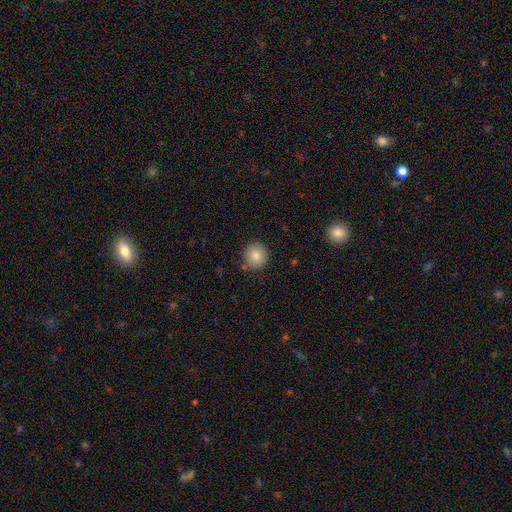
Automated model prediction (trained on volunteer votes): Smooth or featured?
  - smooth: 84% *
  - star or artifact: 9%
  - featured or disk: 7%
How rounded?
  - round: 88% *
  - in between: 11%
  - cigar-shaped: 1%
Merging?
  - none: 86% *
  - minor disturbance: 10%
  - merger: 2%
  - major disturbance: 2%